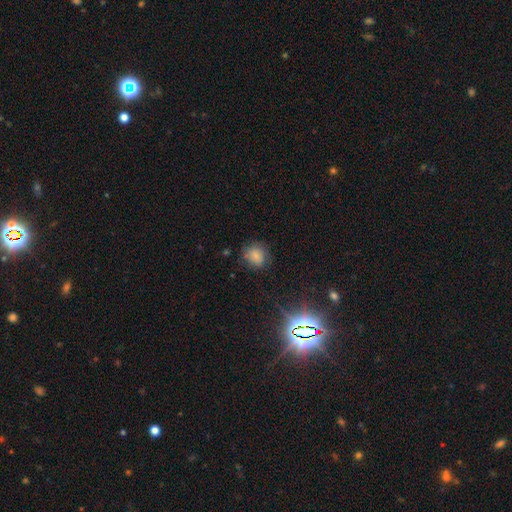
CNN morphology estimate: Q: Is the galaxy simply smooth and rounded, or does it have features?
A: smooth — 77%.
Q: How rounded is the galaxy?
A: round — 71%.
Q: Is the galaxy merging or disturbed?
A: none — 72%.